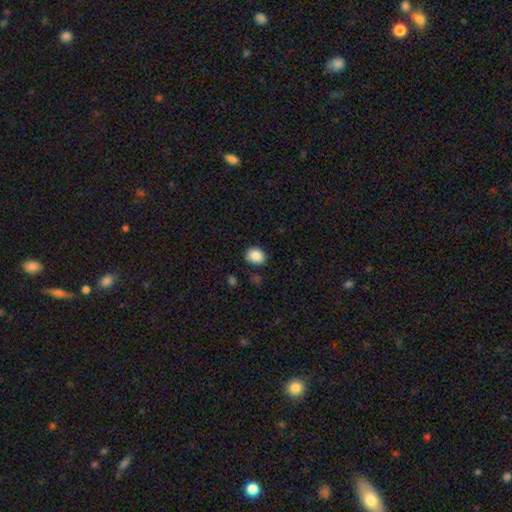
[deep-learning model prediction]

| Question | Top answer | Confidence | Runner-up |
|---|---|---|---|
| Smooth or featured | smooth | 87% | star or artifact (9%) |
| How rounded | in between | 59% | round (41%) |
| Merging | none | 79% | minor disturbance (16%) |